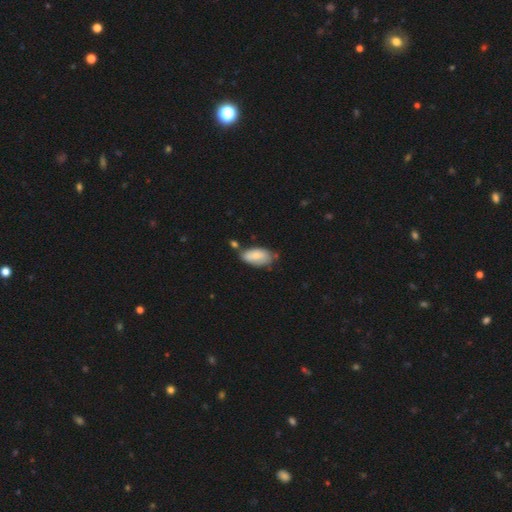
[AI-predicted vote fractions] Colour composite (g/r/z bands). It shows a smooth galaxy with no disk features (80%) that is in between round and cigar-shaped (93%). Merging: none (54%).